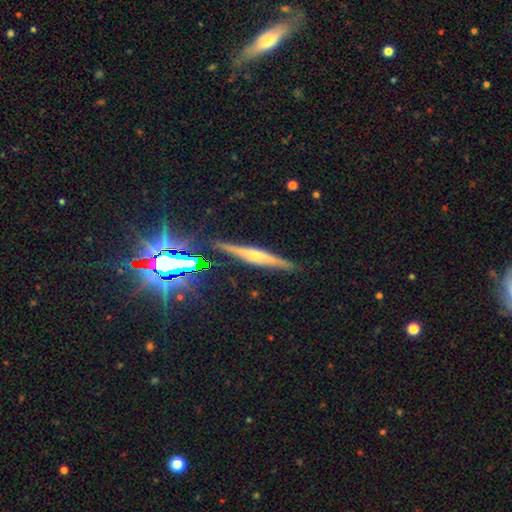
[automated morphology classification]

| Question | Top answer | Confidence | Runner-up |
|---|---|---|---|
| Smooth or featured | featured or disk | 65% | smooth (20%) |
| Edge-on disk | yes | 97% | no (3%) |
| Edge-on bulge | rounded | 81% | boxy (10%) |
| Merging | none | 89% | minor disturbance (8%) |